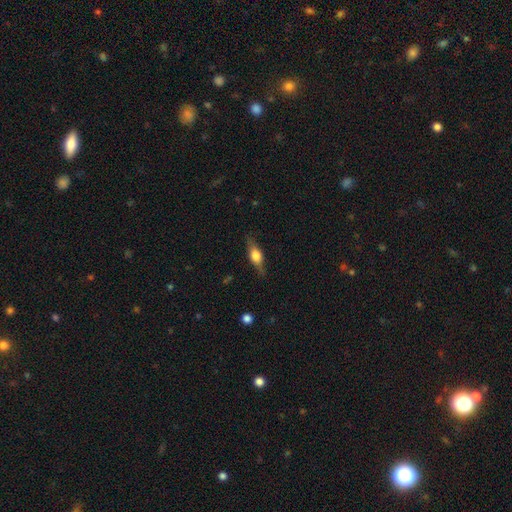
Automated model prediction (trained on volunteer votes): featured or disk 53%, smooth 40%, star or artifact 7%. Down the decision tree: edge-on disk — yes (92%); merging — none (80%).